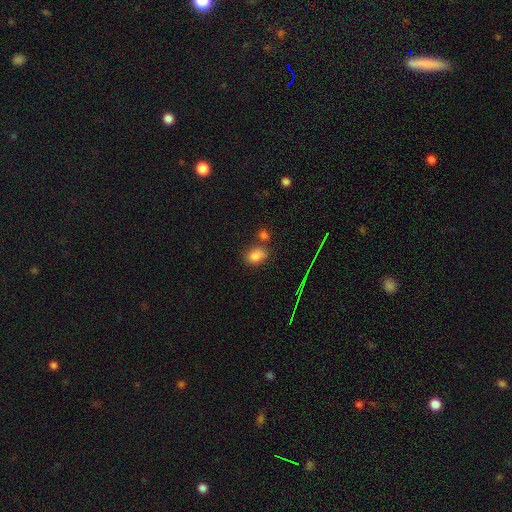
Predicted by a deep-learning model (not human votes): Smooth or featured: smooth — 80% (star or artifact — 13%)
How rounded: in between — 72% (round — 26%)
Merging: none — 66% (merger — 16%)